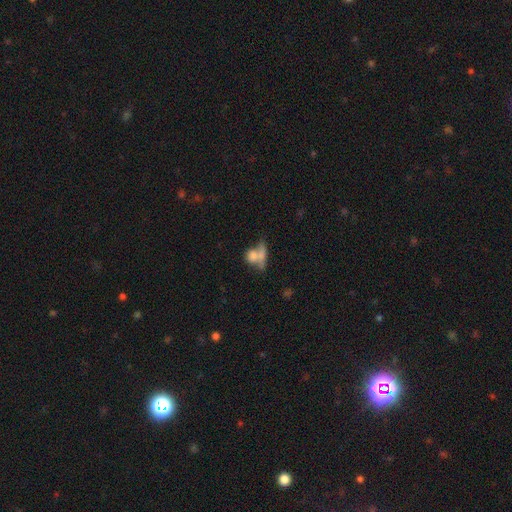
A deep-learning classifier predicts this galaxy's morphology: Smooth or featured: smooth — 71% (featured or disk — 20%)
How rounded: in between — 45% (round — 41%)
Merging: merger — 53% (none — 29%)